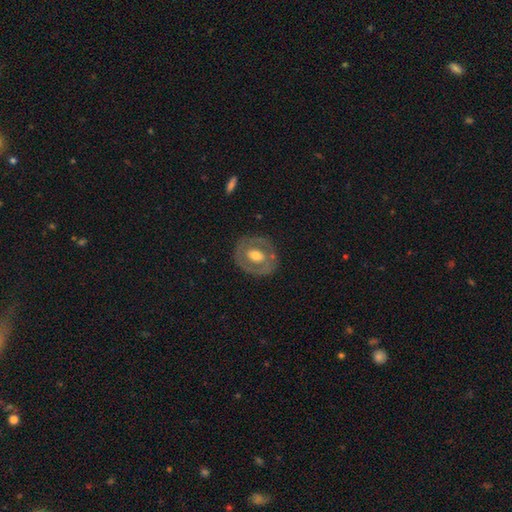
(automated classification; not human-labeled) A featured or disk galaxy (57%) with no bar (61%), no spiral arms (78%) and a moderate central bulge (61%). Merging: none (78%).